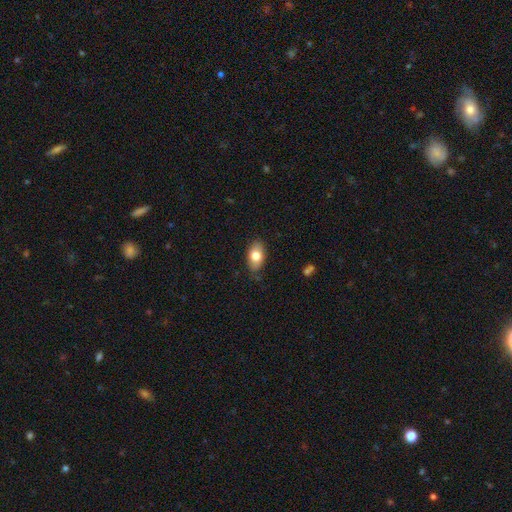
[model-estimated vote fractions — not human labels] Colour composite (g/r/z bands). It shows a smooth galaxy with no disk features (79%) that is in between round and cigar-shaped (91%). Merging: none (79%).